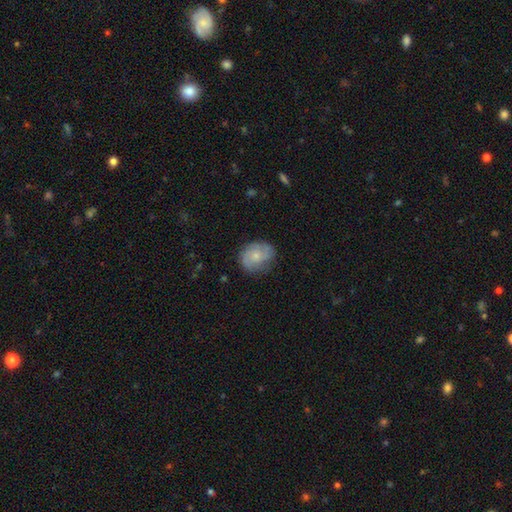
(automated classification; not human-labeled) A featured or disk galaxy (59%) with no bar (77%), 2 (48%) tight (42%, tied with medium) spiral arms (89%) and a small central bulge (64%). Merging: none (74%).